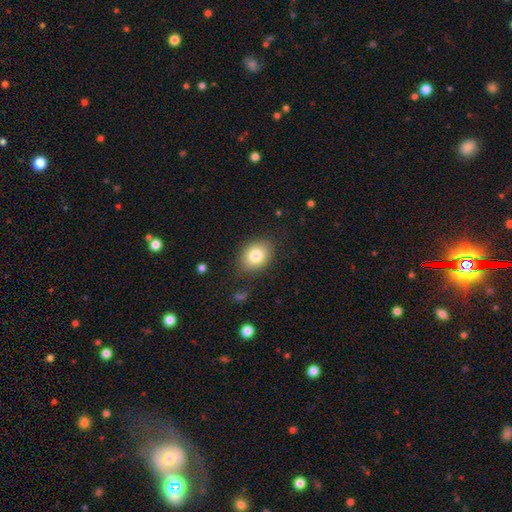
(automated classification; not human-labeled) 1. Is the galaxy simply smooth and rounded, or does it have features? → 81% smooth, 10% featured or disk, 9% star or artifact.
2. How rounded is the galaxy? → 59% in between, 40% round, 1% cigar-shaped.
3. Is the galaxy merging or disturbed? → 82% none, 13% minor disturbance, 4% major disturbance, 2% merger.